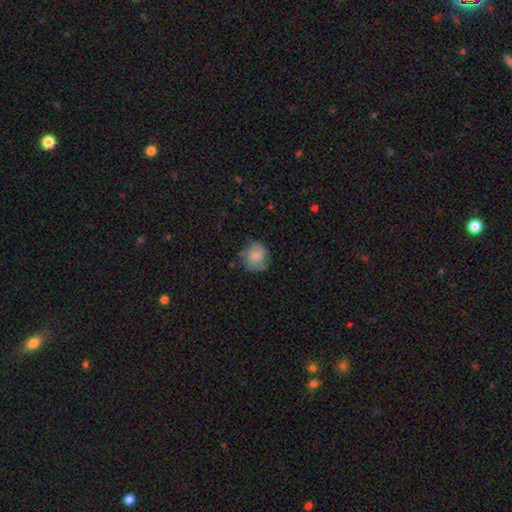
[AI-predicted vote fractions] Q: Smooth or featured?
A: smooth (70%); runner-up: featured or disk (22%)
Q: How rounded?
A: round (78%); runner-up: in between (21%)
Q: Merging?
A: none (64%); runner-up: minor disturbance (25%)